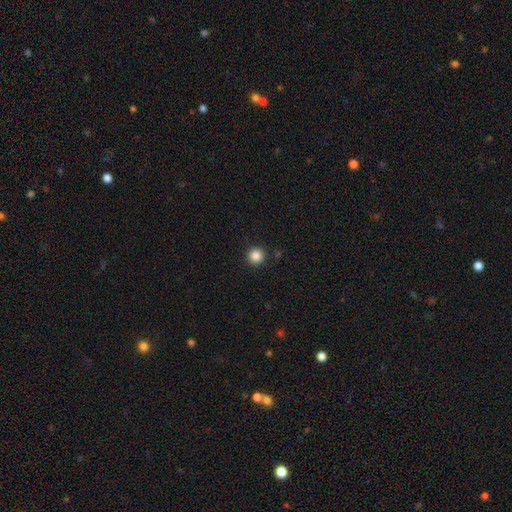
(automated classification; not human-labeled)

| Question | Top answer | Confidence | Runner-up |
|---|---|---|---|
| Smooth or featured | smooth | 86% | star or artifact (11%) |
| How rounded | round | 96% | in between (3%) |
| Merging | none | 92% | minor disturbance (5%) |